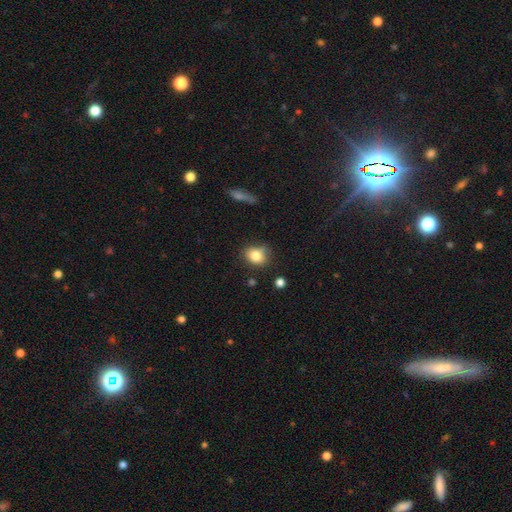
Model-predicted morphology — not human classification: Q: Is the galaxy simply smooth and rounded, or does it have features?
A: smooth — 81%.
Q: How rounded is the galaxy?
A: in between — 49%, tied with round.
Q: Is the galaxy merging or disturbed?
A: none — 63%.